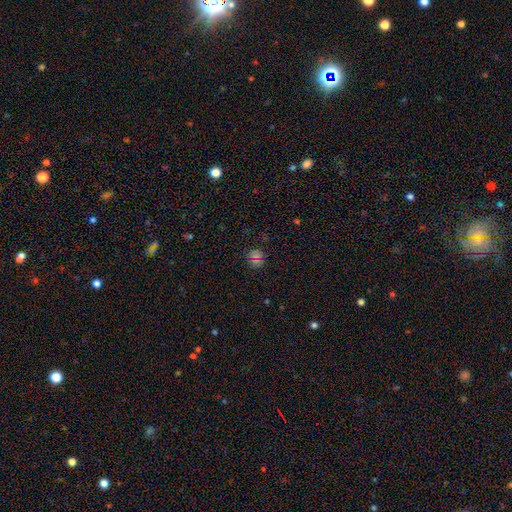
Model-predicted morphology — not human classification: smooth_or_featured: smooth (p=0.51) [alt: star or artifact p=0.36]
how_rounded: round (p=0.84) [alt: in between p=0.15]
merging: none (p=0.75) [alt: minor disturbance p=0.14]